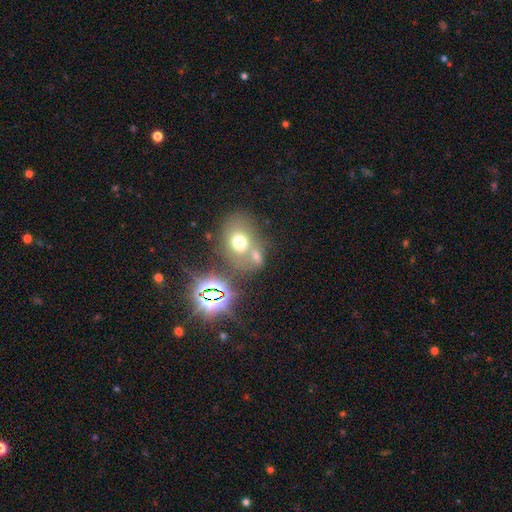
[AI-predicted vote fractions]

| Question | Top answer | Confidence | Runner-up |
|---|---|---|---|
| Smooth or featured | smooth | 58% | star or artifact (26%) |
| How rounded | in between | 54% | round (44%) |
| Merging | none | 46% | merger (34%) |